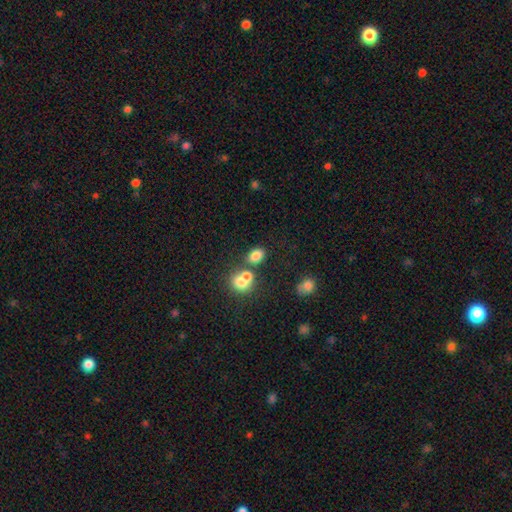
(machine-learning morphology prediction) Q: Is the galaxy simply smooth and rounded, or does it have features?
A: smooth — 78%.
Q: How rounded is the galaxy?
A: in between — 71%.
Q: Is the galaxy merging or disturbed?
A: none — 51%.